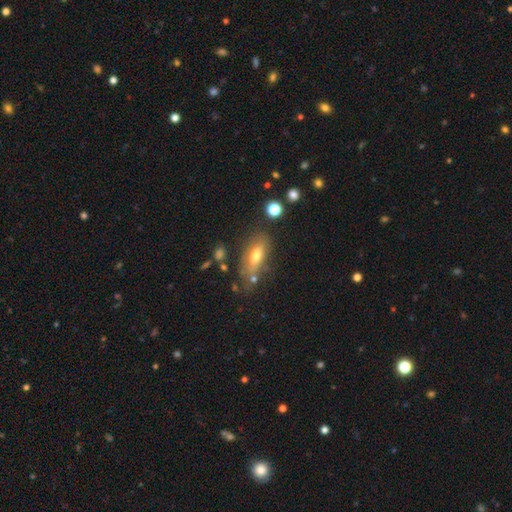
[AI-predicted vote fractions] smooth-or-featured: smooth: 58% | featured or disk: 32% | star or artifact: 10%
  how-rounded: in between: 71% | cigar-shaped: 25% | round: 4%
  merging: none: 69% | minor disturbance: 18% | major disturbance: 7% | merger: 6%